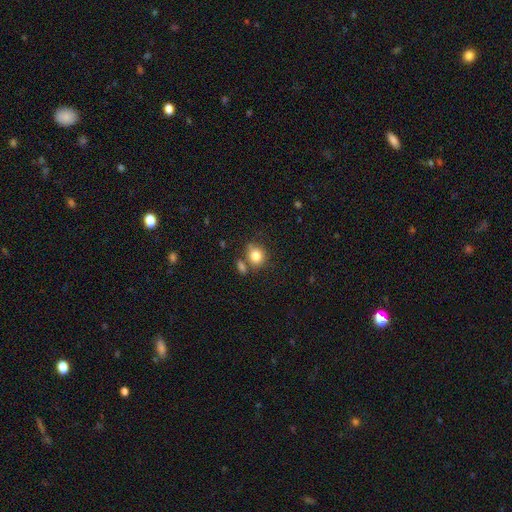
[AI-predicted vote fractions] smooth 83%, star or artifact 9%, featured or disk 8%. Down the decision tree: how rounded — round (70%); merging — none (61%).